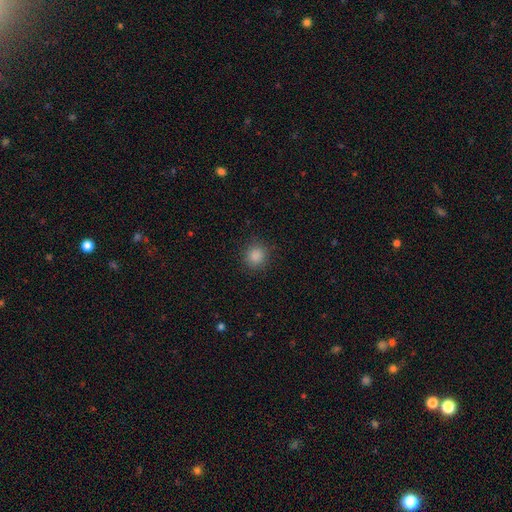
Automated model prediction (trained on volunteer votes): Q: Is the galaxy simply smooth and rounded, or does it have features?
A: smooth — 86%.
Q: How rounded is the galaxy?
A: round — 88%.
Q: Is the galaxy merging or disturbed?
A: none — 88%.